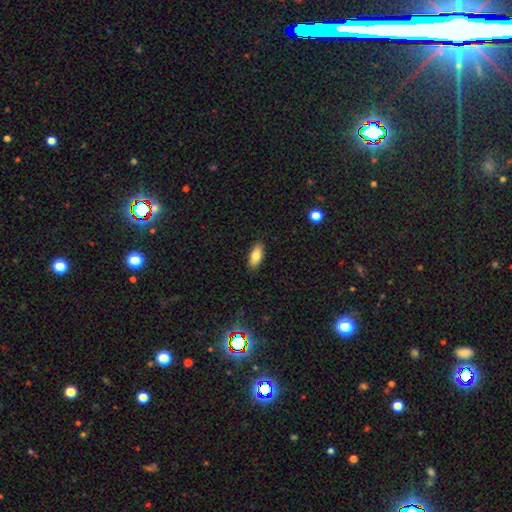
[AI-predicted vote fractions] A smooth galaxy with no disk features (83%) that is in between round and cigar-shaped (86%). Merging: none (89%).